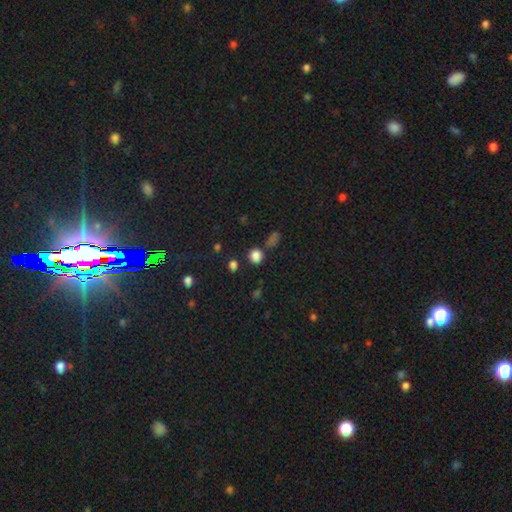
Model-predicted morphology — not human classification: The model was most divided on "merging": none: 76%, merger: 10%, minor disturbance: 10%, major disturbance: 4%. More confident: how rounded — round (86%); smooth or featured — smooth (81%).